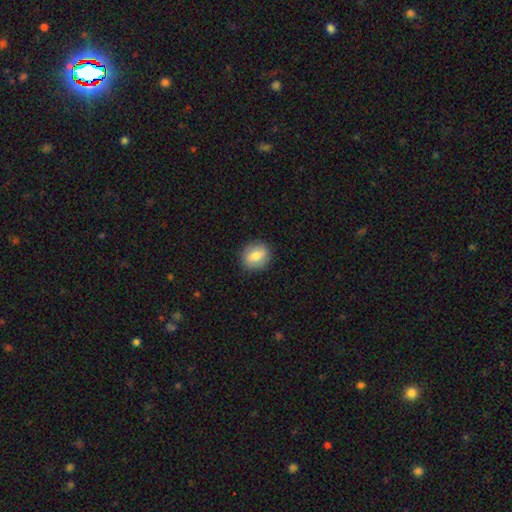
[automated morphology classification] A smooth galaxy with no disk features (74%) that is round (66%).

Vote fractions:
- Smooth or featured? smooth: 74% / featured or disk: 19% / star or artifact: 8%
- How rounded? round: 66% / in between: 32% / cigar-shaped: 1%
- Merging? none: 88% / minor disturbance: 8% / major disturbance: 2% / merger: 1%